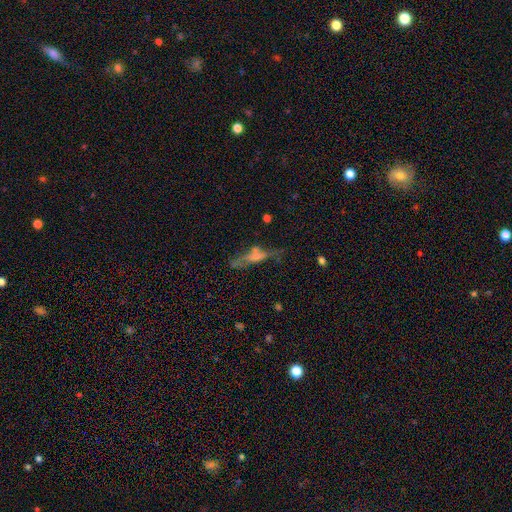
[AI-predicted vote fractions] A featured or disk galaxy (47%).

Vote fractions:
- Smooth or featured? featured or disk: 47% / smooth: 37% / star or artifact: 16%
- Merging? none: 51% / minor disturbance: 22% / major disturbance: 17% / merger: 10%